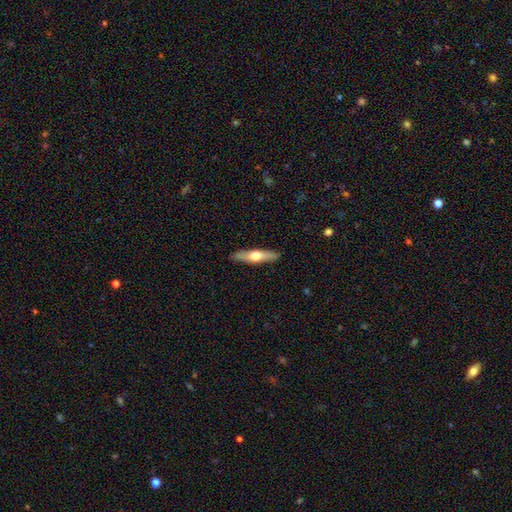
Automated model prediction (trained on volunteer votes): Overall: featured or disk (50%; smooth 44%). Edge-on disk: yes (91%). Merging: none (89%).